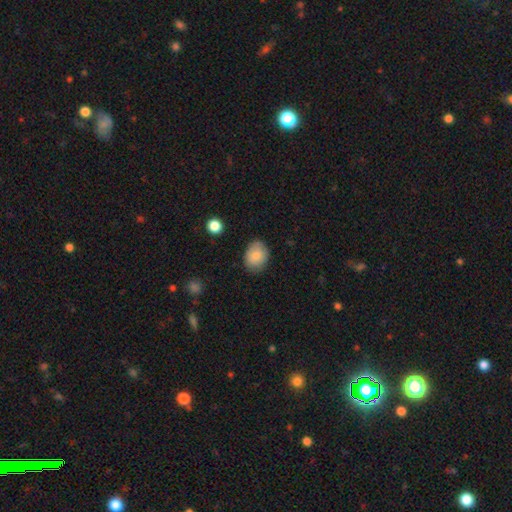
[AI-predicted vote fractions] A smooth galaxy with no disk features (85%) that is in between round and cigar-shaped (62%). Merging: none (81%).